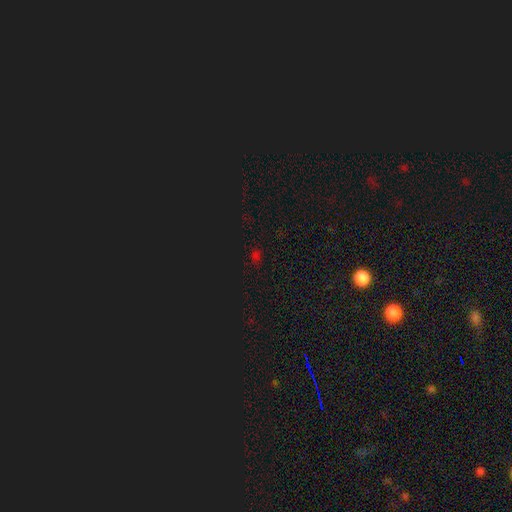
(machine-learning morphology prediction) This appears to be a star or artifact, not a galaxy (55%).